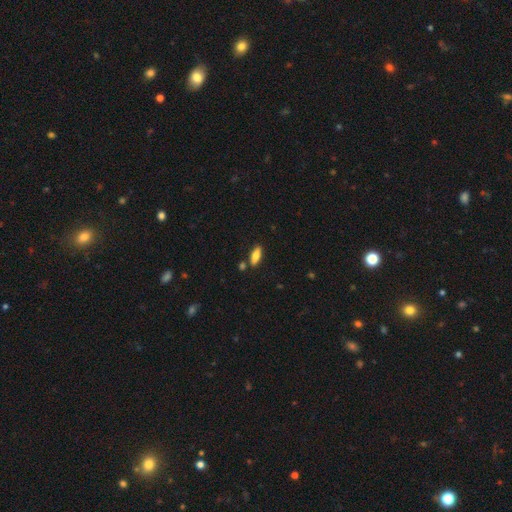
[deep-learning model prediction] Overall: smooth (75%). How rounded: in between (68%; cigar-shaped 30%). Merging: none (81%).